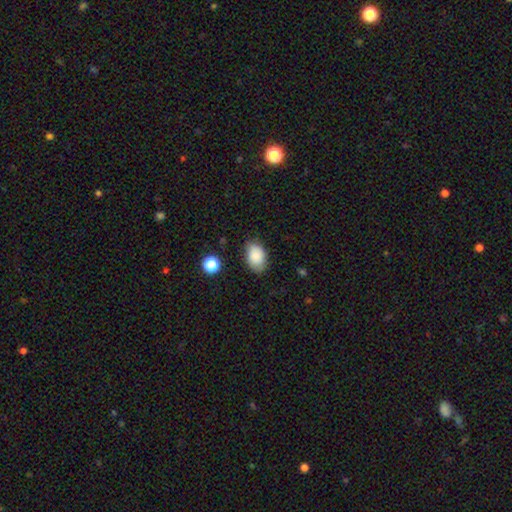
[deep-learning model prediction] Q: Smooth or featured?
A: smooth (85%); runner-up: star or artifact (8%)
Q: How rounded?
A: in between (86%); runner-up: round (13%)
Q: Merging?
A: none (76%); runner-up: minor disturbance (18%)